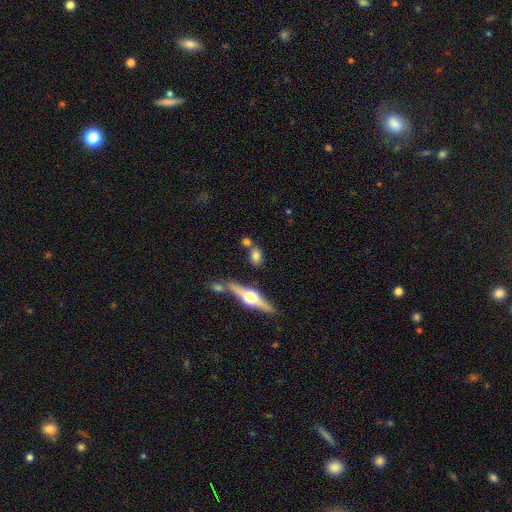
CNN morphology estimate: Smooth or featured? smooth (61%)
How rounded? in between (61%)
Merging? none (63%)